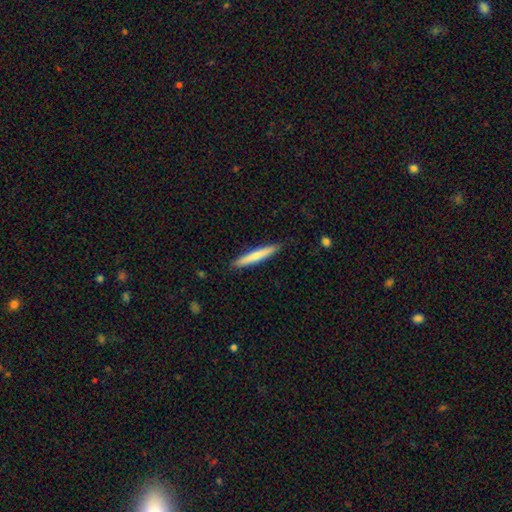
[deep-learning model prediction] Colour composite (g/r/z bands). It shows a smooth galaxy with no disk features (71%) that is cigar-shaped (95%). Merging: none (91%).